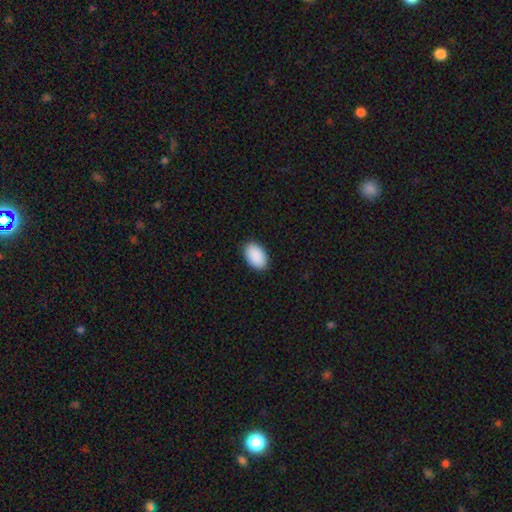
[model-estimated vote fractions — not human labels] smooth_or_featured: smooth (p=0.92) [alt: star or artifact p=0.06]
how_rounded: in between (p=0.93) [alt: round p=0.06]
merging: none (p=0.90) [alt: minor disturbance p=0.08]